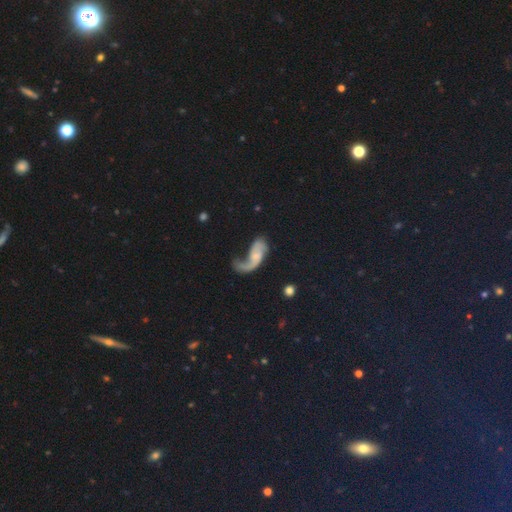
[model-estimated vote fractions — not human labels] smooth-or-featured: featured or disk: 71% | smooth: 22% | star or artifact: 7%
  disk-edge-on: no: 96% | yes: 4%
    bar: no: 65% | weak: 28% | strong: 7%
    has-spiral-arms: yes: 88% | no: 12%
      spiral-winding: loose: 73% | medium: 20% | tight: 7%
      spiral-arm-count: 2: 50% | 1: 43% | can't tell: 4% | 3: 1% | 4: 1% | more than 4: 1%
    bulge-size: small: 55% | moderate: 24% | none: 17% | large: 3% | dominant: 2%
  merging: major disturbance: 46% | none: 27% | minor disturbance: 19% | merger: 8%